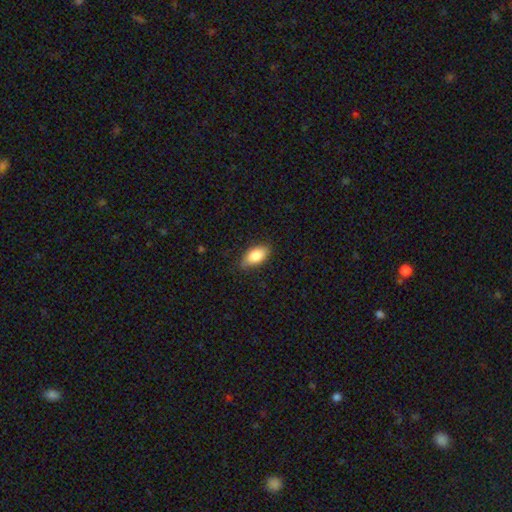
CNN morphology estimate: smooth_or_featured: smooth (p=0.85) [alt: featured or disk p=0.09]
how_rounded: in between (p=0.91) [alt: cigar-shaped p=0.05]
merging: none (p=0.79) [alt: minor disturbance p=0.17]